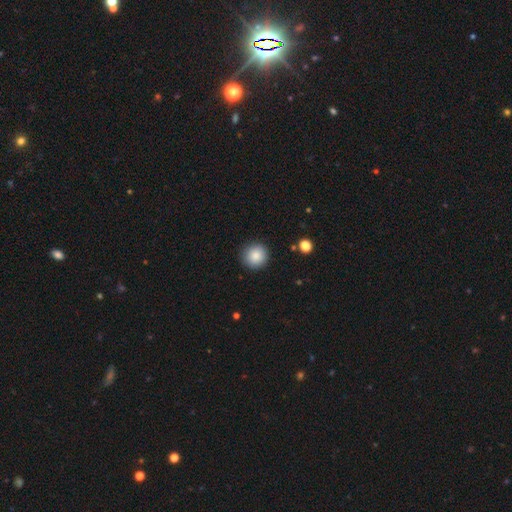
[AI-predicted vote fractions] Smooth or featured?
  - smooth: 86% *
  - star or artifact: 9%
  - featured or disk: 5%
How rounded?
  - round: 93% *
  - in between: 6%
  - cigar-shaped: 1%
Merging?
  - none: 90% *
  - minor disturbance: 7%
  - major disturbance: 2%
  - merger: 1%